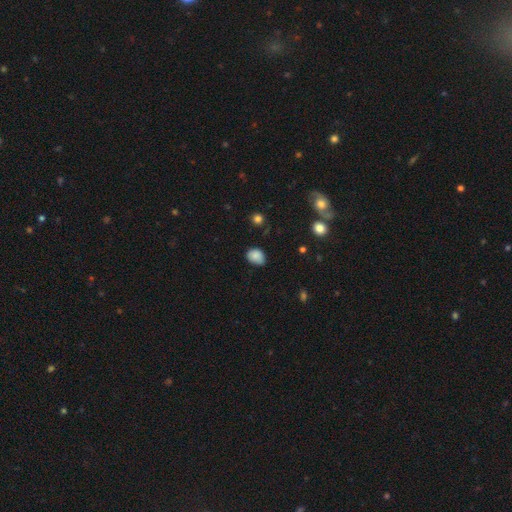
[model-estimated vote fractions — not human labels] Smooth or featured? smooth (85%)
How rounded? in between (64%)
Merging? none (67%)